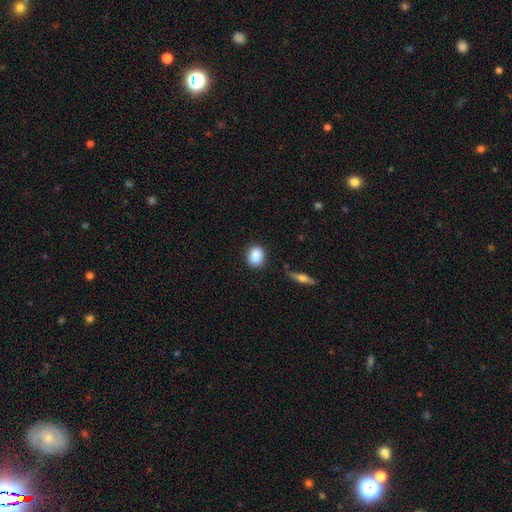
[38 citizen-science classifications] A smooth galaxy with no disk features (92%) that is round (51%).

Vote fractions:
- Smooth or featured? smooth: 92% / star or artifact: 8% / featured or disk: 0%
- How rounded? round: 51% / in between: 49% / cigar-shaped: 0%
- Merging? none: 89% / minor disturbance: 6% / major disturbance: 6% / merger: 0%